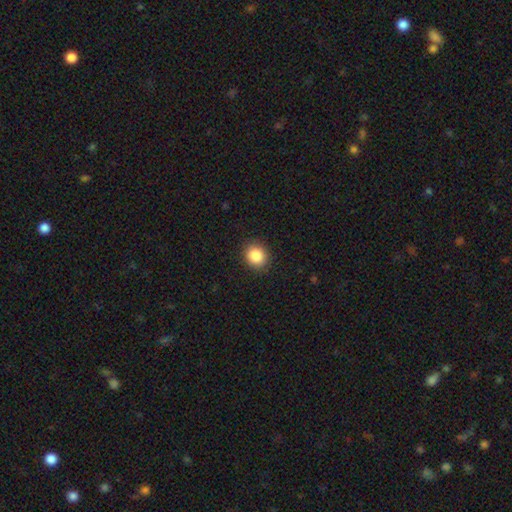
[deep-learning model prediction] This appears to be a smooth galaxy with no disk features (88%) that is round (77%). Merging: none (90%).